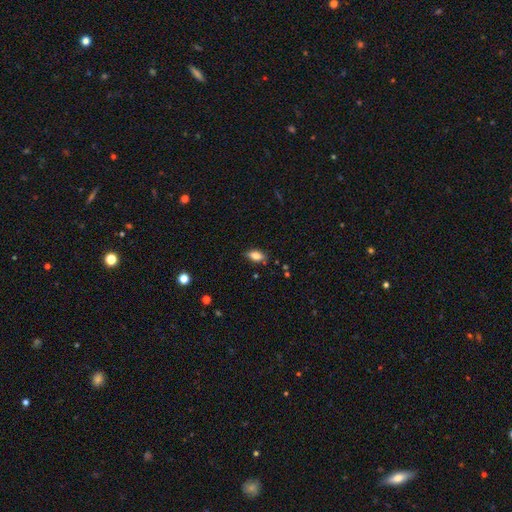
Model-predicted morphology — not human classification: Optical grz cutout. It shows a smooth galaxy with no disk features (79%) that is in between round and cigar-shaped (85%). Merging: none (81%).